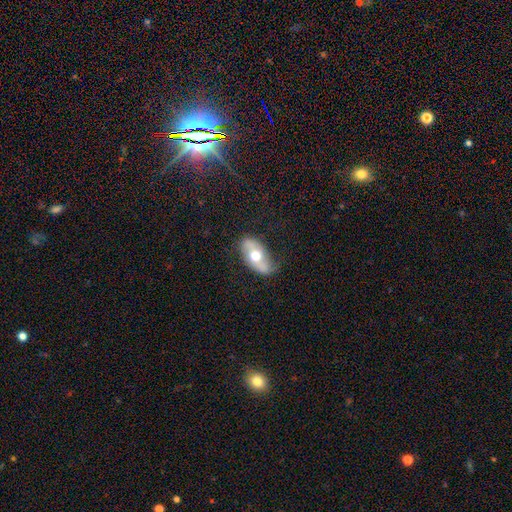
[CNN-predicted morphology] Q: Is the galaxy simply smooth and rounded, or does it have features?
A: featured or disk — 52%.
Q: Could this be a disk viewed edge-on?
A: no — 86%.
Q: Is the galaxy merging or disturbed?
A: none — 67%.